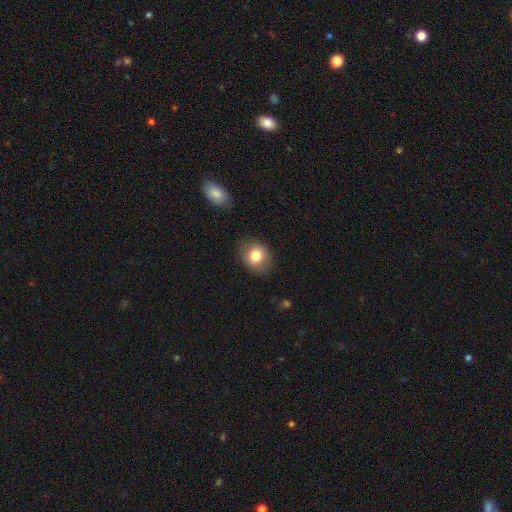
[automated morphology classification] Smooth or featured?
  - smooth: 81% *
  - featured or disk: 10%
  - star or artifact: 9%
How rounded?
  - round: 60% *
  - in between: 39%
  - cigar-shaped: 1%
Merging?
  - none: 82% *
  - minor disturbance: 13%
  - major disturbance: 4%
  - merger: 1%